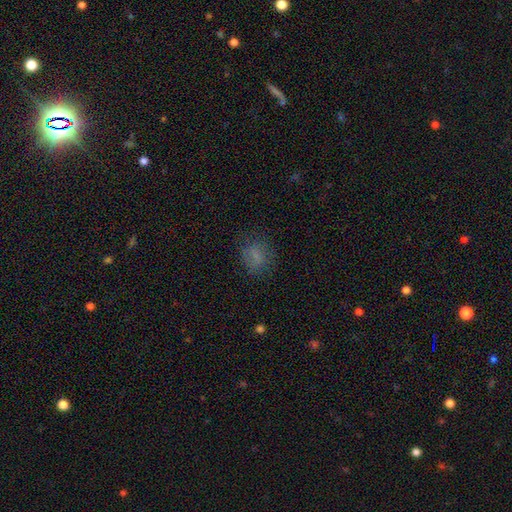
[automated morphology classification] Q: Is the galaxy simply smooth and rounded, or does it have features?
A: smooth — 69%.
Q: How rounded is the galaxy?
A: round — 56%.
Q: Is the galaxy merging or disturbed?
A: none — 70%.